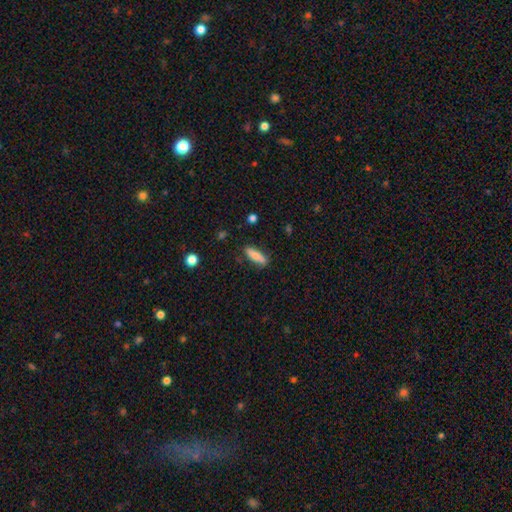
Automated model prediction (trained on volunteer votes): Smooth or featured? Predicted: smooth (p=0.77). How rounded? Predicted: in between (p=0.55). Merging? Predicted: none (p=0.81).